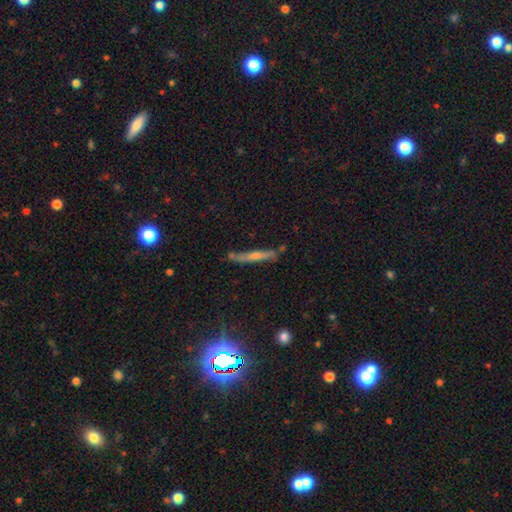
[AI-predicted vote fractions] smooth-or-featured: featured or disk: 49% | smooth: 39% | star or artifact: 12%
  merging: none: 74% | minor disturbance: 18% | merger: 5% | major disturbance: 4%